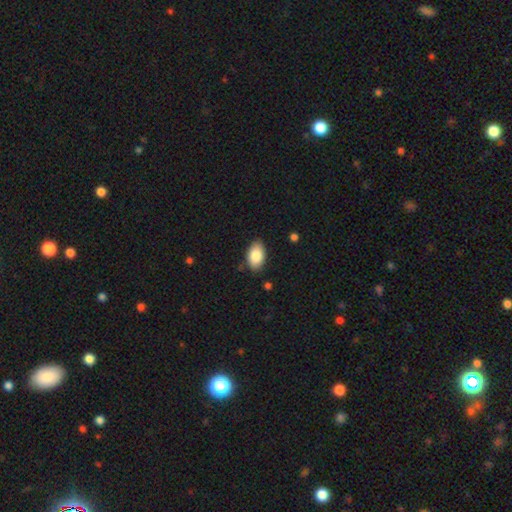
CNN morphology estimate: Smooth or featured? smooth (87%)
How rounded? in between (93%)
Merging? none (83%)